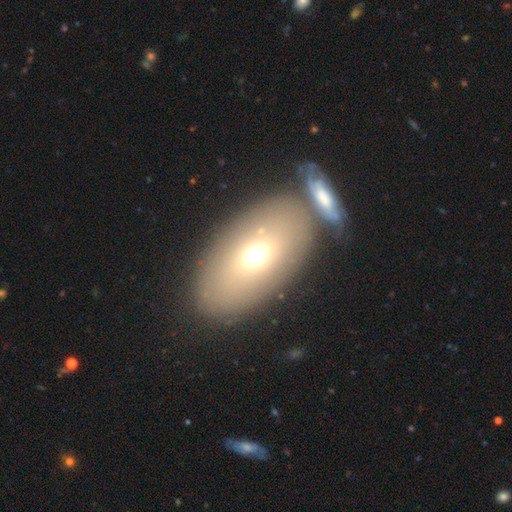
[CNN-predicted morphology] A smooth galaxy with no disk features (64%) that is in between round and cigar-shaped (86%).

Vote fractions:
- Smooth or featured? smooth: 64% / featured or disk: 25% / star or artifact: 11%
- How rounded? in between: 86% / round: 11% / cigar-shaped: 3%
- Merging? none: 64% / merger: 20% / minor disturbance: 11% / major disturbance: 6%